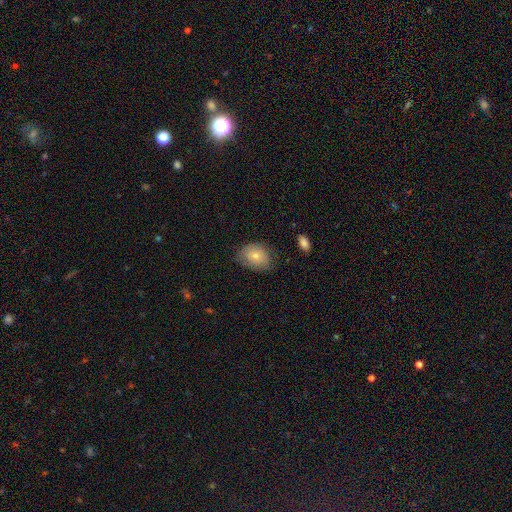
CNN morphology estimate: A smooth galaxy with no disk features (73%) that is in between round and cigar-shaped (64%). Merging: none (68%).